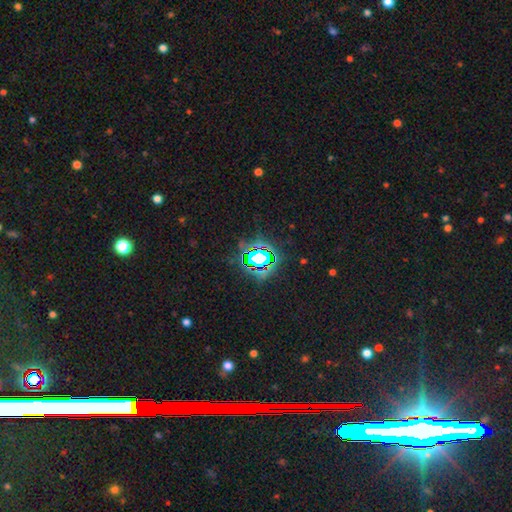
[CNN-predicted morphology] Overall: star or artifact (74%).